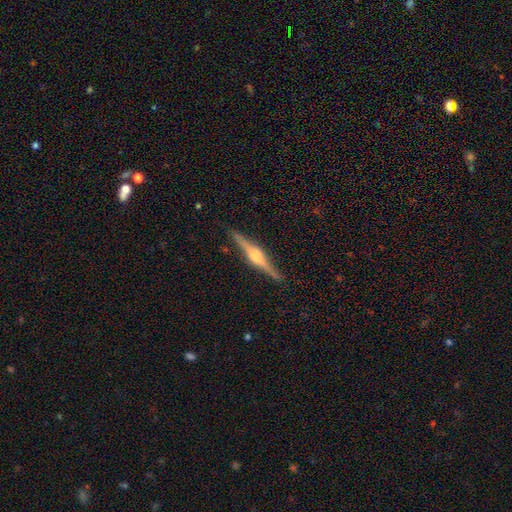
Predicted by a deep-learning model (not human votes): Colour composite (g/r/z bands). It shows a featured or disk galaxy (83%) viewed edge-on (98%) with a rounded central bulge (91%). Merging: none (91%).